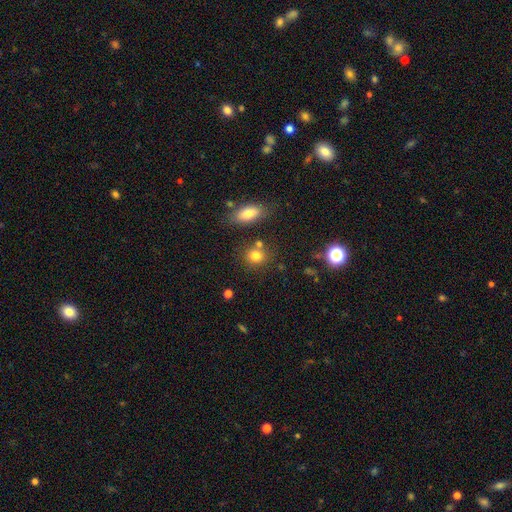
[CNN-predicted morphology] smooth 78%, star or artifact 13%, featured or disk 8%. Down the decision tree: how rounded — round (73%); merging — none (68%).